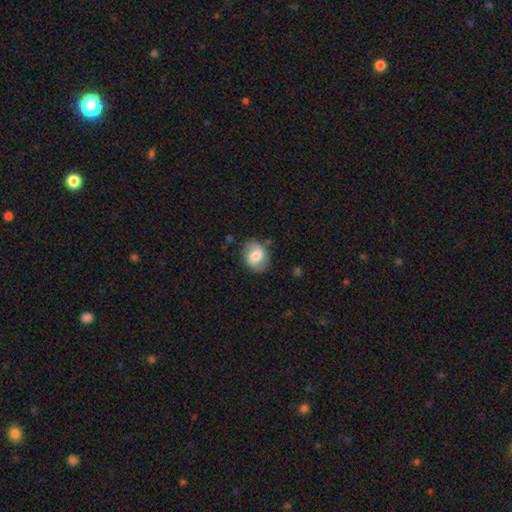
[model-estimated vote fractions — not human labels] A smooth galaxy with no disk features (64%) that is in between round and cigar-shaped (56%).

Vote fractions:
- Smooth or featured? smooth: 64% / featured or disk: 29% / star or artifact: 7%
- How rounded? in between: 56% / round: 43% / cigar-shaped: 1%
- Merging? none: 77% / minor disturbance: 16% / major disturbance: 5% / merger: 2%